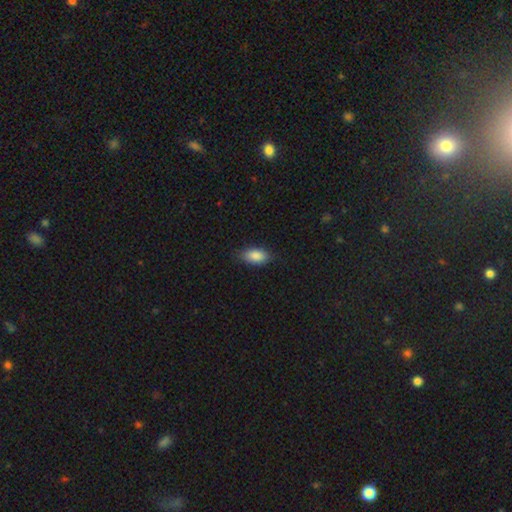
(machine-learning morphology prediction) This appears to be a smooth galaxy with no disk features (88%) that is in between round and cigar-shaped (91%). Merging: none (82%).